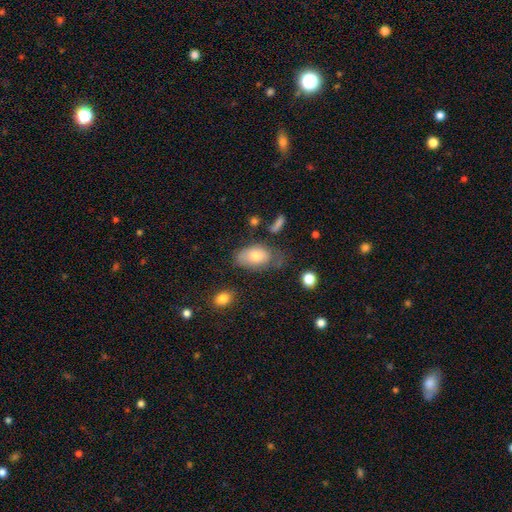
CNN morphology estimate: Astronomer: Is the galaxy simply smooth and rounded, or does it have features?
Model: smooth — 72%.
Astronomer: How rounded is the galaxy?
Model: in between — 91%.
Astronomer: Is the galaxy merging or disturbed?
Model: none — 44% (runner-up: minor disturbance, 32%).